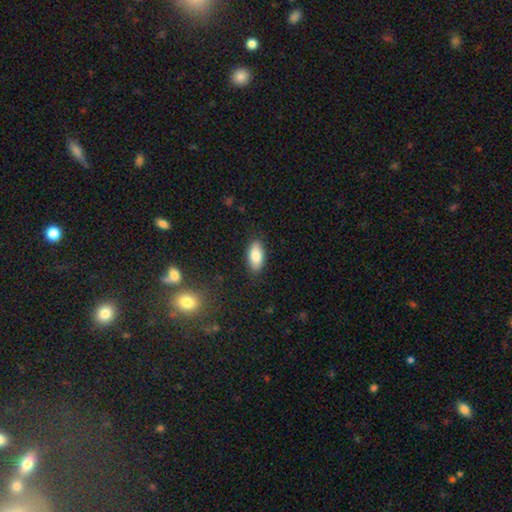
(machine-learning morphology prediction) Smooth or featured? Predicted: smooth (p=0.82). How rounded? Predicted: in between (p=0.90). Merging? Predicted: none (p=0.86).